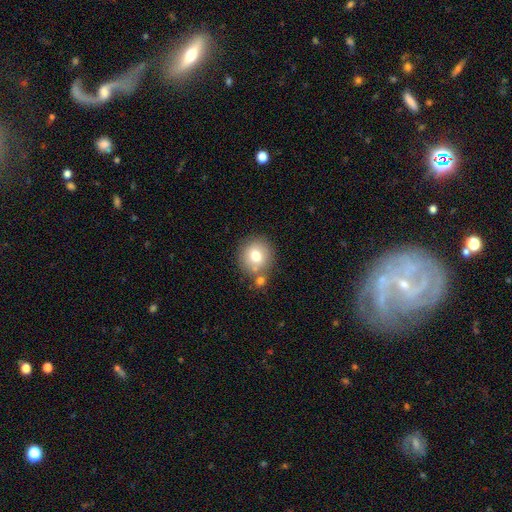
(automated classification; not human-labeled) Smooth or featured: smooth — 75% (featured or disk — 15%)
How rounded: round — 88% (in between — 11%)
Merging: none — 68% (merger — 17%)